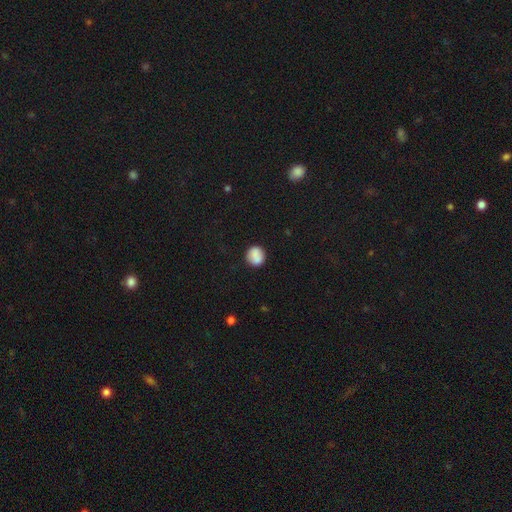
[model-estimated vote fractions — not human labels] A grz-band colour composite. It shows a smooth galaxy with no disk features (86%) that is round (83%). Merging: none (85%).